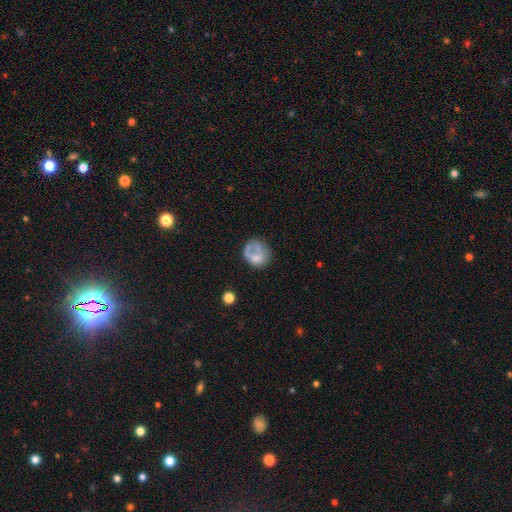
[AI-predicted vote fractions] This appears to be a smooth galaxy with no disk features (57%) that is round (71%). Merging: none (40%).